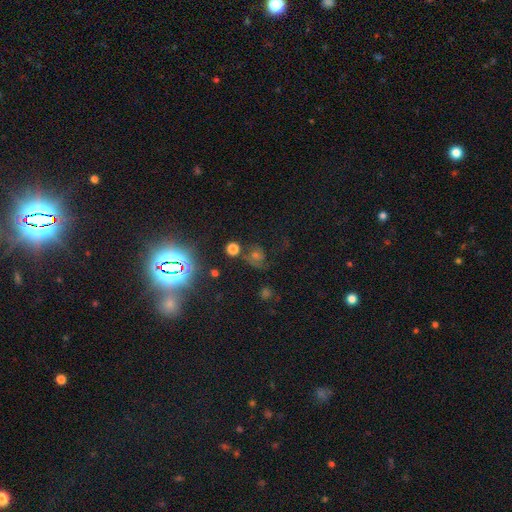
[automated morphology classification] Smooth or featured? Predicted: star or artifact (p=0.49).